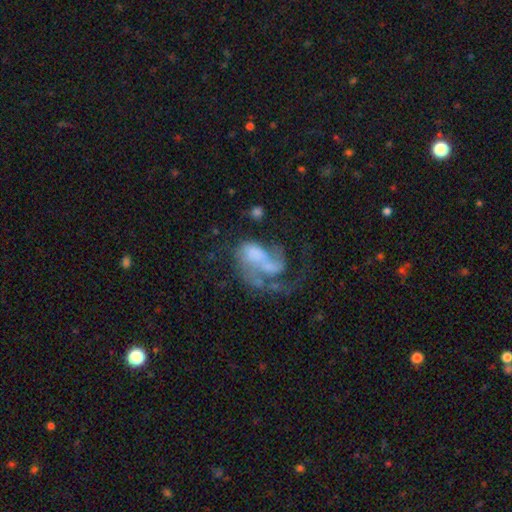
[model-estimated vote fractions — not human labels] Smooth or featured? featured or disk (62%)
Edge-on disk? no (98%)
Bar? no (73%)
Spiral arms? yes (56%)
Bulge size? none (45%)
Merging? major disturbance (48%)